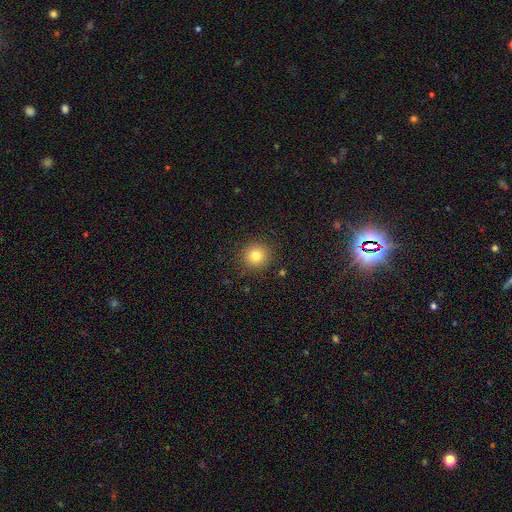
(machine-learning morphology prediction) This appears to be a smooth galaxy with no disk features (80%) that is round (93%). Merging: none (90%).